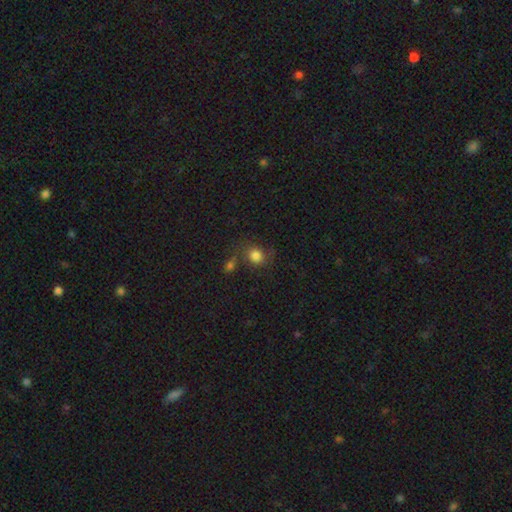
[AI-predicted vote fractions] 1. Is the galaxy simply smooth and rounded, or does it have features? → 80% smooth, 12% star or artifact, 8% featured or disk.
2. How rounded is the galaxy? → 68% round, 30% in between, 1% cigar-shaped.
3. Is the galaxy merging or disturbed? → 62% none, 16% minor disturbance, 14% merger, 7% major disturbance.